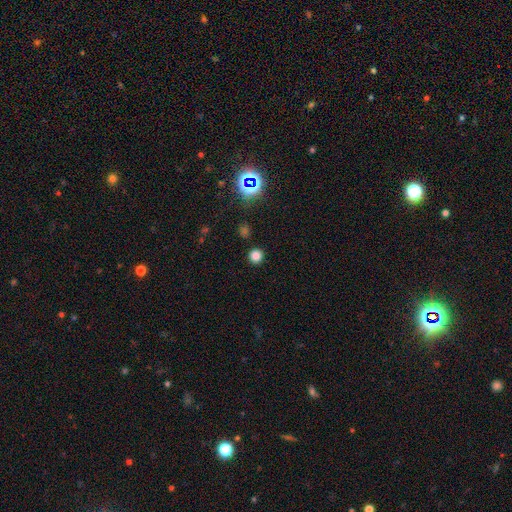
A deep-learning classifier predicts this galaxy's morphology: smooth 79%, star or artifact 17%, featured or disk 4%. Down the decision tree: how rounded — round (93%); merging — none (90%).